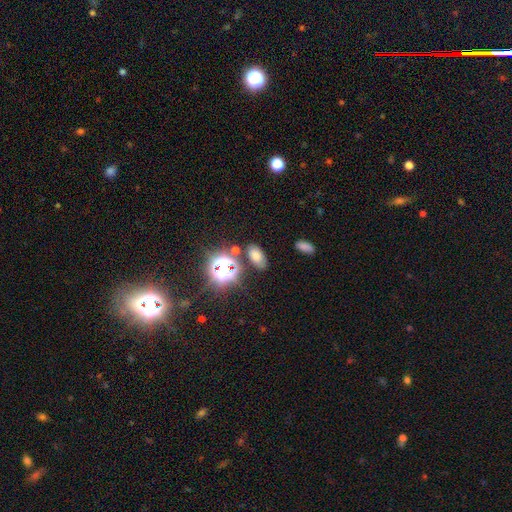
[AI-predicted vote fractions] This appears to be a smooth galaxy with no disk features (66%) that is in between round and cigar-shaped (87%). Merging: none (78%).